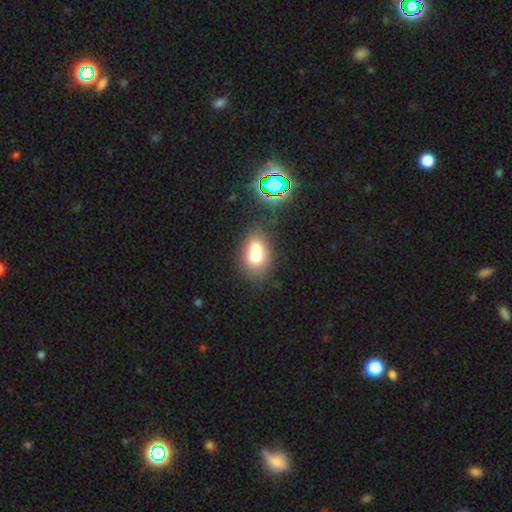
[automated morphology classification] type=smooth (71%); roundness=in between (79%); merging=none (47%).